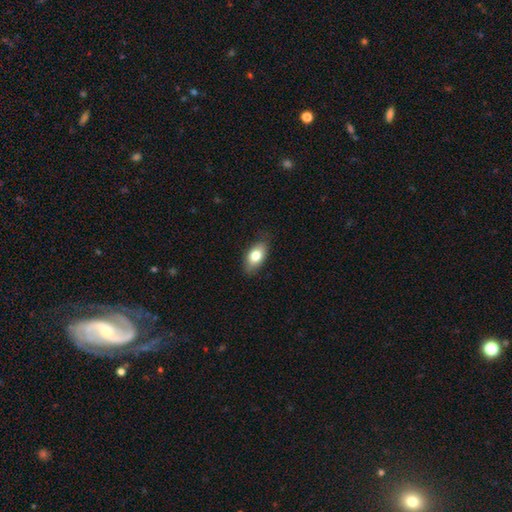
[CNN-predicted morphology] A smooth galaxy with no disk features (76%) that is in between round and cigar-shaped (89%).

Vote fractions:
- Smooth or featured? smooth: 76% / featured or disk: 16% / star or artifact: 7%
- How rounded? in between: 89% / round: 8% / cigar-shaped: 4%
- Merging? none: 82% / minor disturbance: 14% / major disturbance: 3% / merger: 1%